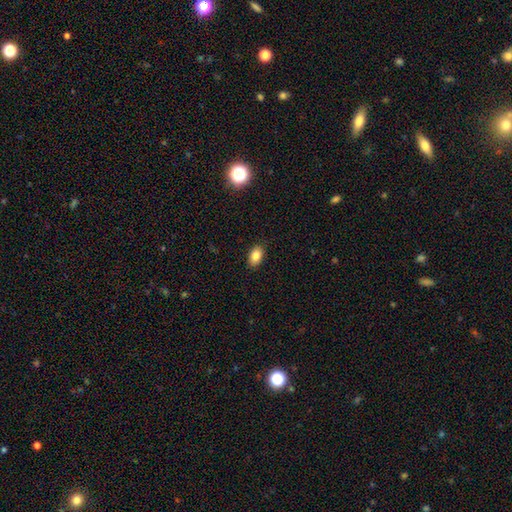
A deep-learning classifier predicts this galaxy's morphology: type=smooth (84%); roundness=in between (89%); merging=none (88%).